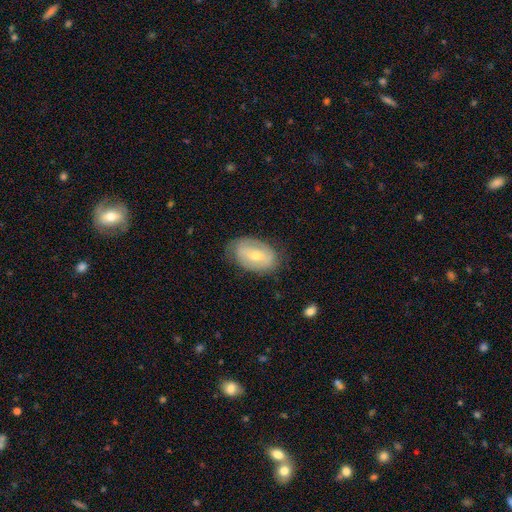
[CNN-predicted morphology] Smooth or featured?
  - featured or disk: 52% *
  - smooth: 41%
  - star or artifact: 7%
Edge-on disk?
  - no: 91% *
  - yes: 9%
Merging?
  - none: 74% *
  - minor disturbance: 19%
  - major disturbance: 6%
  - merger: 1%